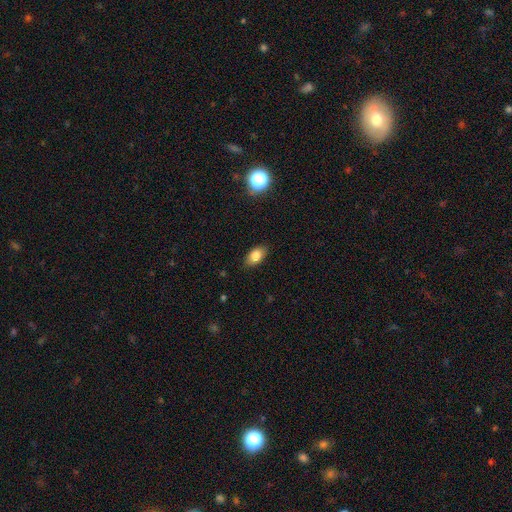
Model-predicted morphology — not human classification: The model was most divided on "smooth or featured": smooth: 82%, star or artifact: 9%, featured or disk: 8%. More confident: how rounded — in between (89%); merging — none (85%).